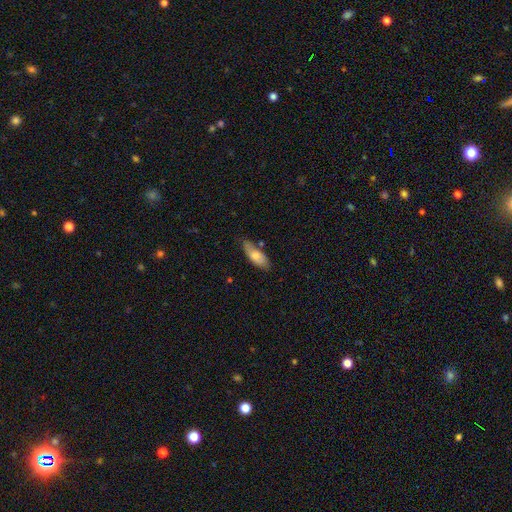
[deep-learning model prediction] Smooth or featured?
  - smooth: 75% *
  - featured or disk: 19%
  - star or artifact: 6%
How rounded?
  - in between: 74% *
  - cigar-shaped: 24%
  - round: 2%
Merging?
  - none: 68% *
  - minor disturbance: 22%
  - merger: 6%
  - major disturbance: 4%